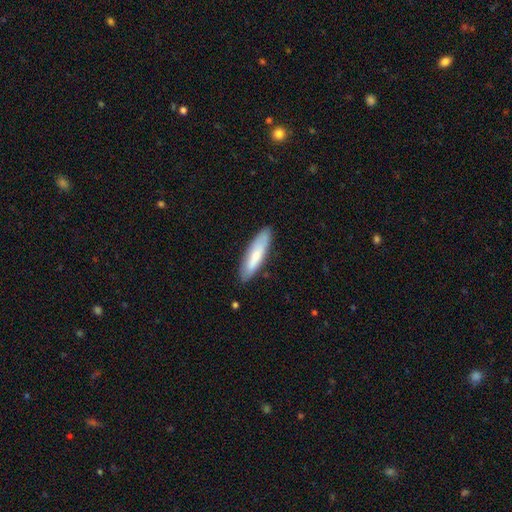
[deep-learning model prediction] A smooth galaxy with no disk features (73%) that is cigar-shaped (70%).

Vote fractions:
- Smooth or featured? smooth: 73% / featured or disk: 22% / star or artifact: 5%
- How rounded? cigar-shaped: 70% / in between: 29% / round: 1%
- Merging? none: 86% / minor disturbance: 10% / major disturbance: 2% / merger: 1%